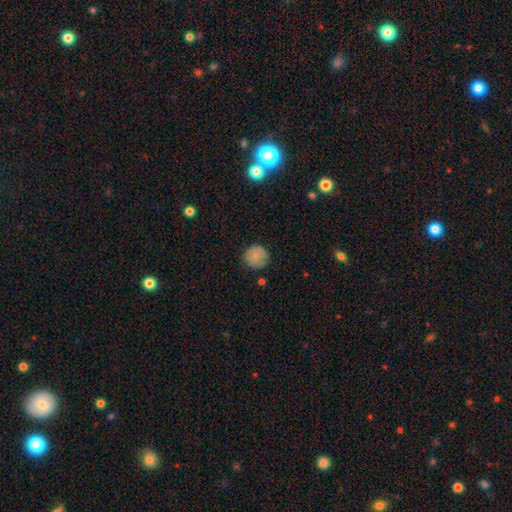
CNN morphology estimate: Smooth or featured? smooth (73%)
How rounded? round (88%)
Merging? none (72%)